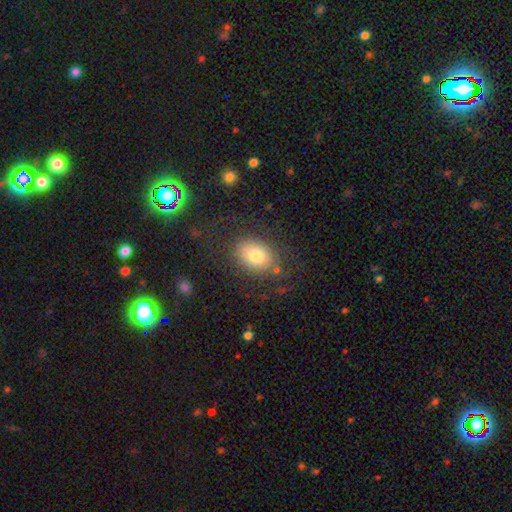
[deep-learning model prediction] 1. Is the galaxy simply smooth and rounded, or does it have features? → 74% smooth, 17% featured or disk, 9% star or artifact.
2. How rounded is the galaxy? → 72% in between, 27% round, 1% cigar-shaped.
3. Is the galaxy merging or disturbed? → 74% none, 14% minor disturbance, 9% major disturbance, 2% merger.